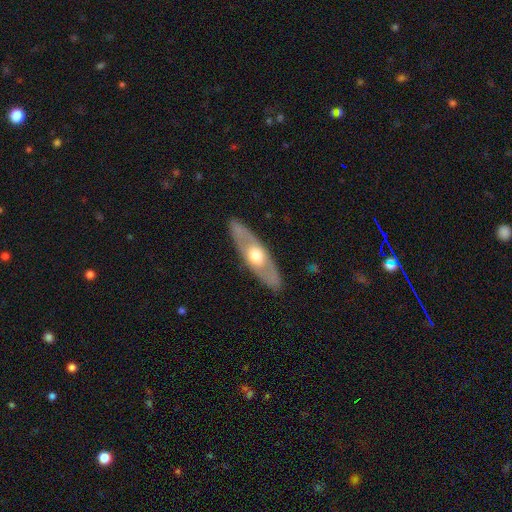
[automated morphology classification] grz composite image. It shows a featured or disk galaxy (60%). Merging: none (87%).